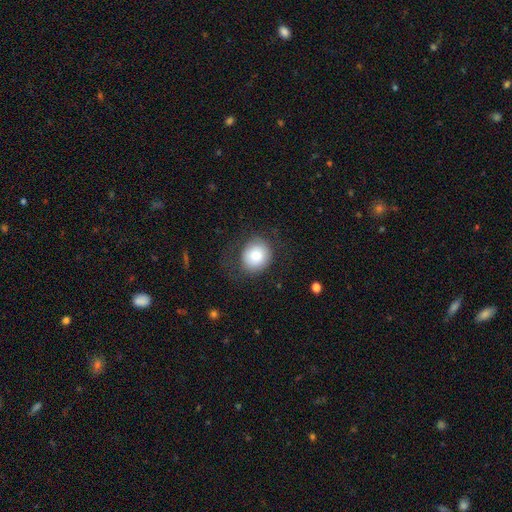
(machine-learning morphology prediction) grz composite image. It shows a smooth galaxy with no disk features (79%) that is round (82%). Merging: none (70%).